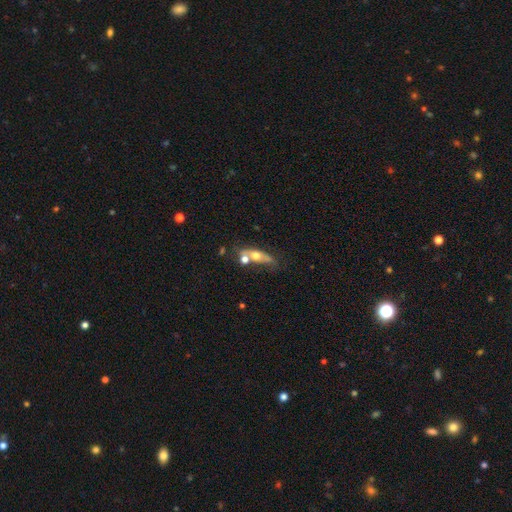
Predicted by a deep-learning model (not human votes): This appears to be a smooth galaxy with no disk features (48%). Merging: none (43%).